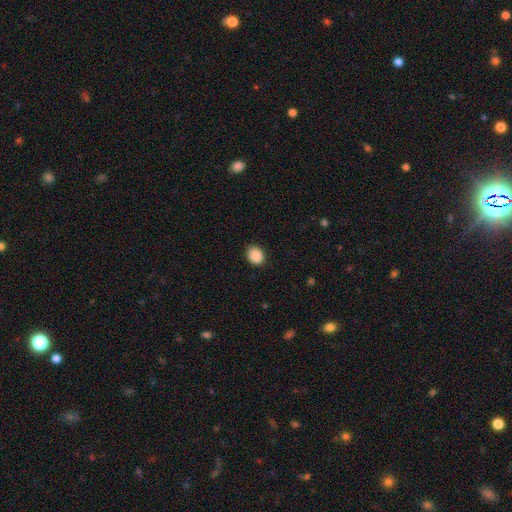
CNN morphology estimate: smooth 89%, star or artifact 8%, featured or disk 2%. Down the decision tree: how rounded — round (59%); merging — none (87%).